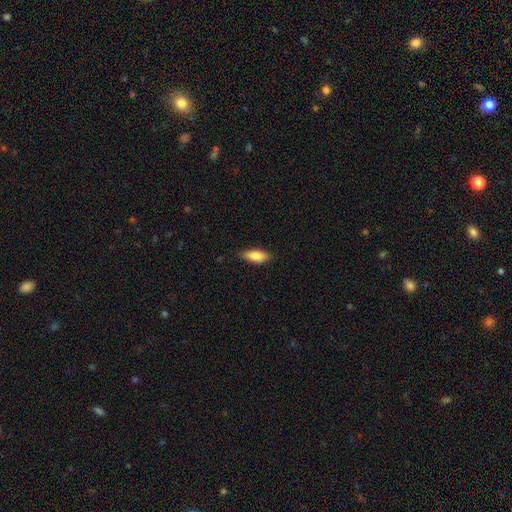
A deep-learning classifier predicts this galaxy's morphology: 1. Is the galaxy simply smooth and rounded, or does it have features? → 83% smooth, 10% featured or disk, 6% star or artifact.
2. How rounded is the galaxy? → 76% in between, 22% cigar-shaped, 2% round.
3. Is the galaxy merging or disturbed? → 82% none, 14% minor disturbance, 2% major disturbance, 1% merger.